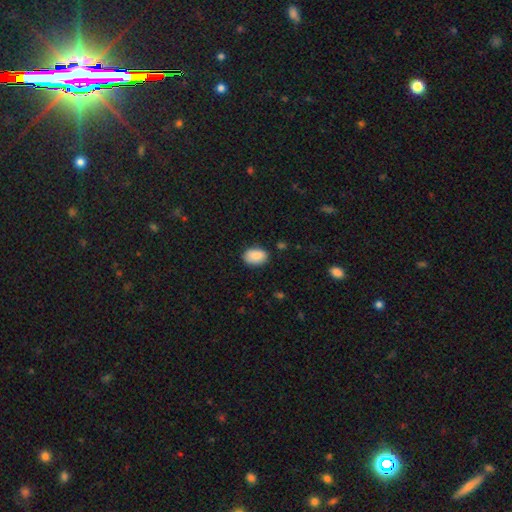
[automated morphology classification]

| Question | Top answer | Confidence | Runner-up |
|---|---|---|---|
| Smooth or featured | smooth | 89% | star or artifact (7%) |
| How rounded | in between | 84% | round (15%) |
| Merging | none | 80% | minor disturbance (15%) |